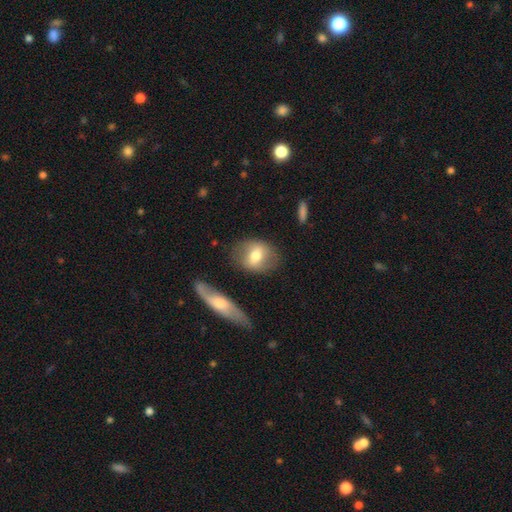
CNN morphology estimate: type=smooth (58%); roundness=in between (60%); merging=none (77%).